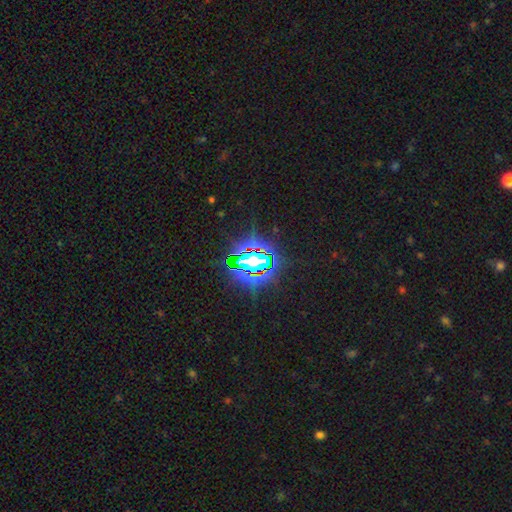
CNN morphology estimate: A star or artifact, not a galaxy (79%).

Vote fractions:
- Smooth or featured? star or artifact: 79% / smooth: 11% / featured or disk: 10%